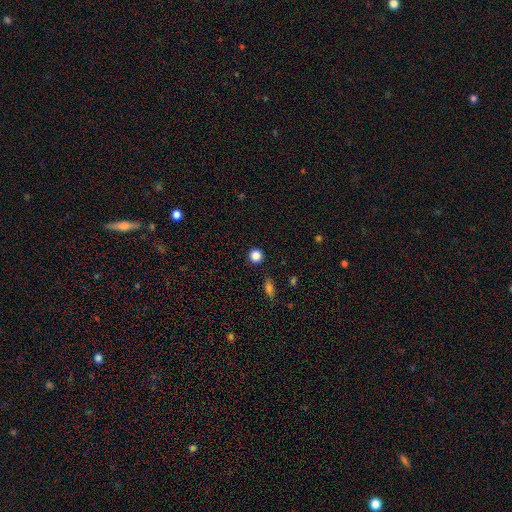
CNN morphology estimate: smooth_or_featured: smooth (p=0.86) [alt: star or artifact p=0.11]
how_rounded: round (p=0.94) [alt: in between p=0.05]
merging: none (p=0.91) [alt: minor disturbance p=0.05]